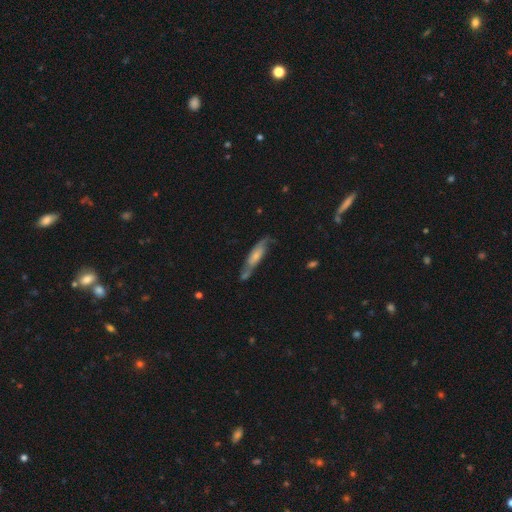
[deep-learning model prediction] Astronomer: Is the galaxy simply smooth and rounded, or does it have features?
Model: featured or disk — 53% (runner-up: smooth, 41%).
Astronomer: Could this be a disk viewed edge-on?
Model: no — 61% (runner-up: yes, 39%).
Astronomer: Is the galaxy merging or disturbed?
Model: none — 54%.